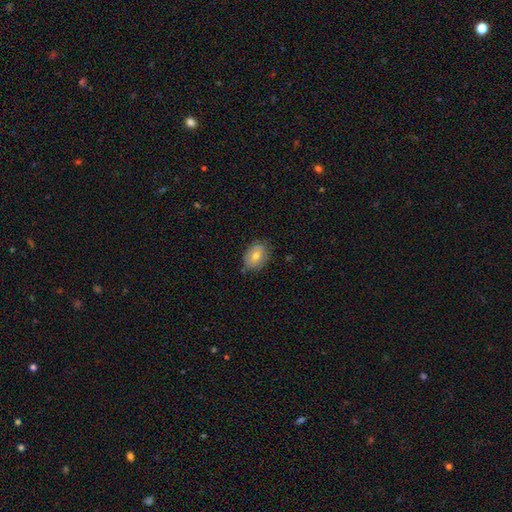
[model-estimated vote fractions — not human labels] Morphology: type=smooth (63%); roundness=in between (73%); merging=none (79%).